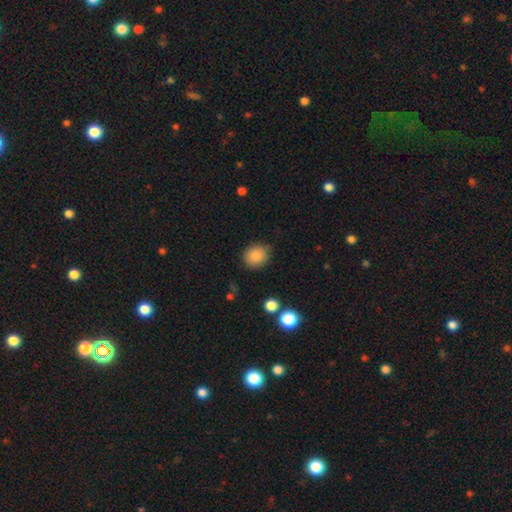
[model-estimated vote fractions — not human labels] Q: Smooth or featured?
A: smooth (86%); runner-up: star or artifact (9%)
Q: How rounded?
A: round (76%); runner-up: in between (23%)
Q: Merging?
A: none (82%); runner-up: minor disturbance (13%)